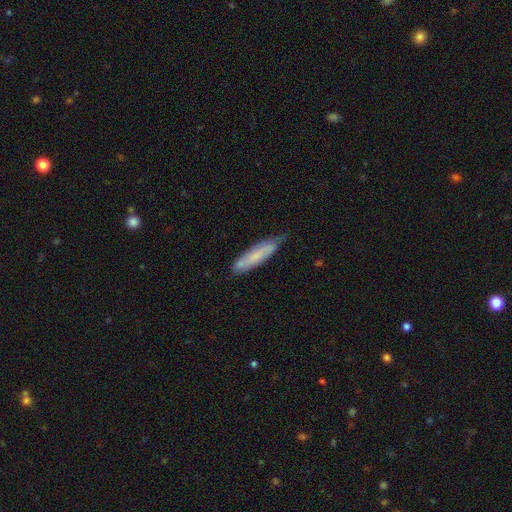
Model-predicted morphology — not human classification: smooth-or-featured: smooth: 63% | featured or disk: 30% | star or artifact: 7%
  how-rounded: cigar-shaped: 80% | in between: 19% | round: 1%
  merging: none: 67% | minor disturbance: 26% | major disturbance: 4% | merger: 2%